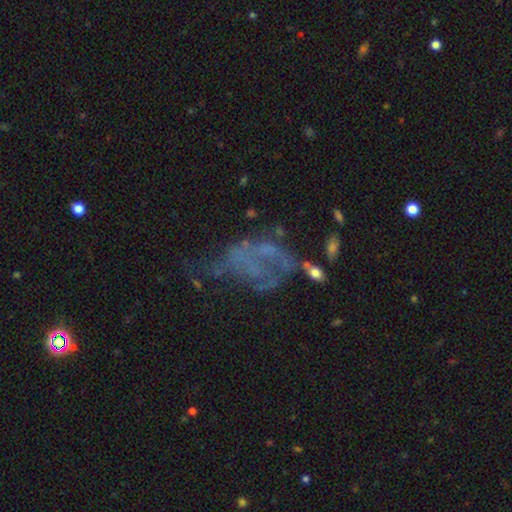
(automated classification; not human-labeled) featured or disk 49%, star or artifact 32%, smooth 19%. Down the decision tree: merging — major disturbance (39%).